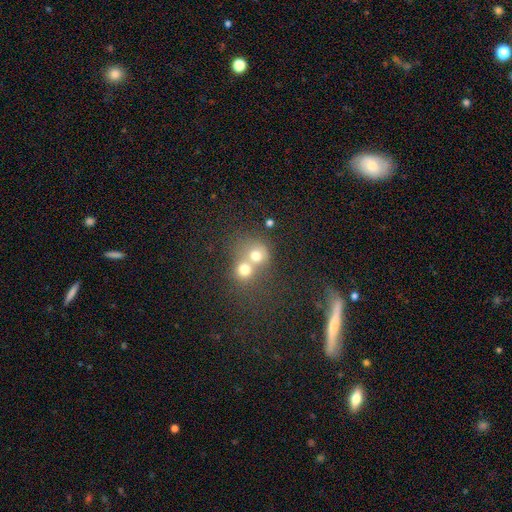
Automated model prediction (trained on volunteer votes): smooth-or-featured: smooth: 69% | featured or disk: 17% | star or artifact: 14%
  how-rounded: round: 77% | in between: 22% | cigar-shaped: 1%
  merging: merger: 64% | none: 27% | minor disturbance: 5% | major disturbance: 3%